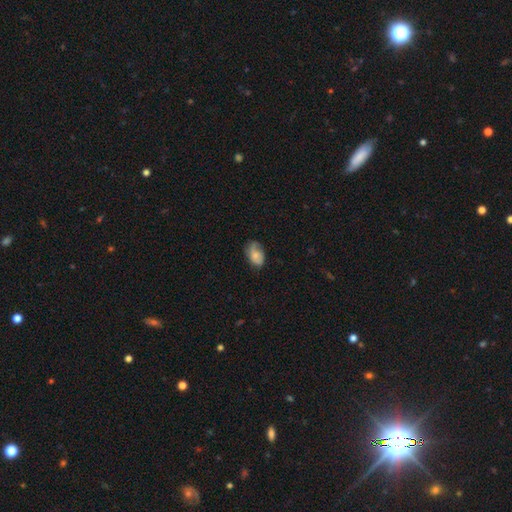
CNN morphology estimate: Smooth or featured? Predicted: smooth (p=0.70). How rounded? Predicted: in between (p=0.89). Merging? Predicted: none (p=0.57).